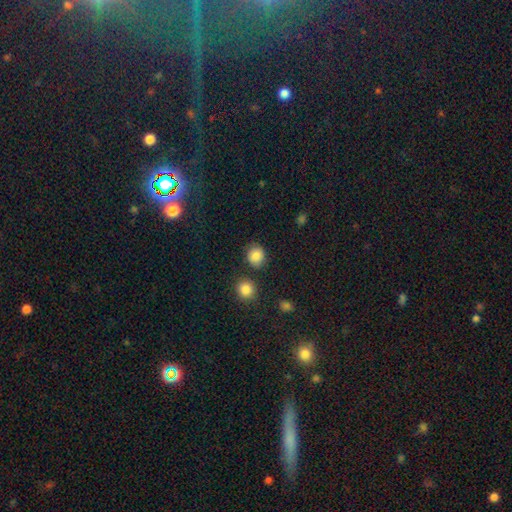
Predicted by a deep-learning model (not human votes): Q: Smooth or featured?
A: smooth (85%); runner-up: star or artifact (10%)
Q: How rounded?
A: round (77%); runner-up: in between (22%)
Q: Merging?
A: none (81%); runner-up: minor disturbance (11%)